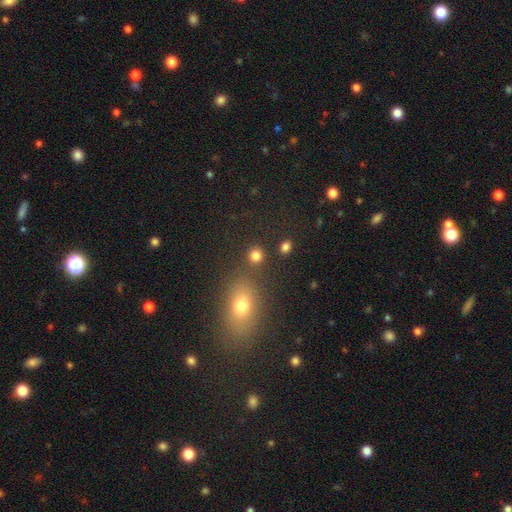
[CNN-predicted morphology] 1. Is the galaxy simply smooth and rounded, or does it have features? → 81% smooth, 14% star or artifact, 5% featured or disk.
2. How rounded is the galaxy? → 84% round, 14% in between, 1% cigar-shaped.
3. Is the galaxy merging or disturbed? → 81% none, 9% merger, 7% minor disturbance, 3% major disturbance.